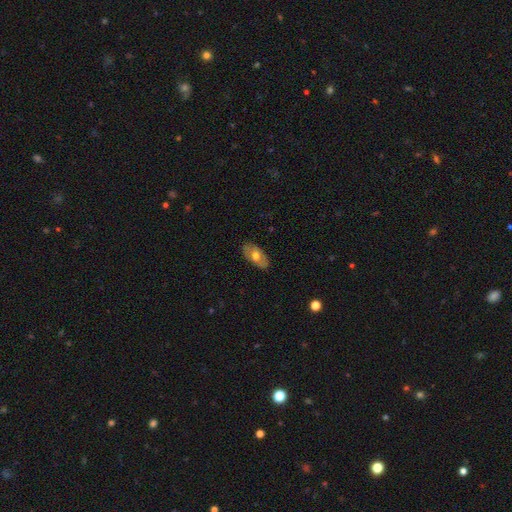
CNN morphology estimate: Smooth or featured?
  - smooth: 52% *
  - featured or disk: 42%
  - star or artifact: 6%
How rounded?
  - in between: 91% *
  - round: 6%
  - cigar-shaped: 3%
Merging?
  - none: 84% *
  - minor disturbance: 12%
  - major disturbance: 3%
  - merger: 1%